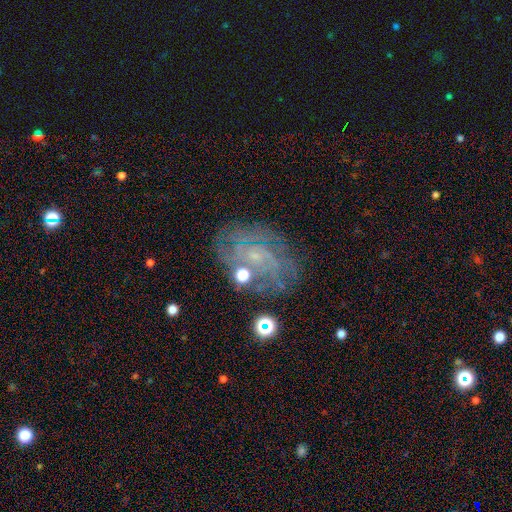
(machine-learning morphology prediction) Q: Smooth or featured?
A: featured or disk (70%); runner-up: star or artifact (16%)
Q: Edge-on disk?
A: no (97%); runner-up: yes (3%)
Q: Bar?
A: no (63%); runner-up: weak (30%)
Q: Spiral arms?
A: yes (88%); runner-up: no (12%)
Q: Spiral winding?
A: tight (60%); runner-up: medium (30%)
Q: Spiral arm count?
A: can't tell (45%); runner-up: 2 (14%)
Q: Bulge size?
A: small (75%); runner-up: moderate (13%)
Q: Merging?
A: none (73%); runner-up: minor disturbance (15%)